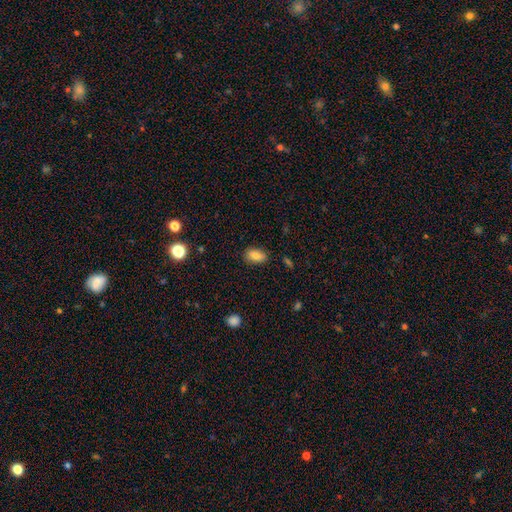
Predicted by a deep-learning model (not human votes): smooth-or-featured: smooth: 82% | star or artifact: 9% | featured or disk: 9%
  how-rounded: in between: 88% | round: 8% | cigar-shaped: 4%
  merging: none: 84% | minor disturbance: 12% | major disturbance: 3% | merger: 1%